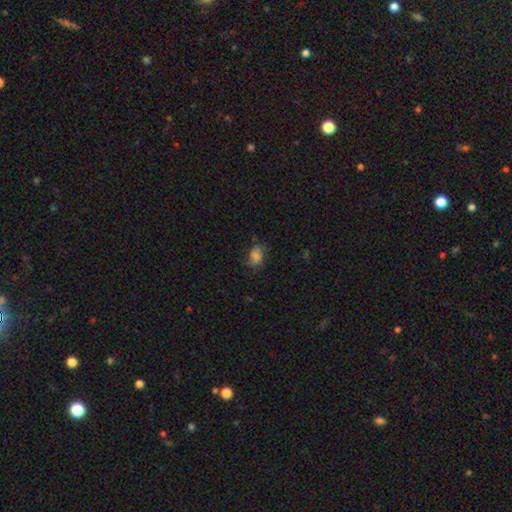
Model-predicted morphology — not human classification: This is likely a smooth galaxy (63%). How rounded: likely in between (72%). Merging: possibly none (59%).